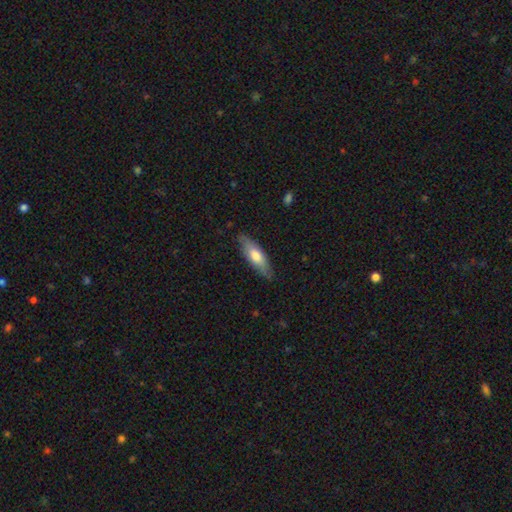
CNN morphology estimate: Smooth or featured? Predicted: smooth (p=0.64). How rounded? Predicted: in between (p=0.51). Merging? Predicted: none (p=0.82).